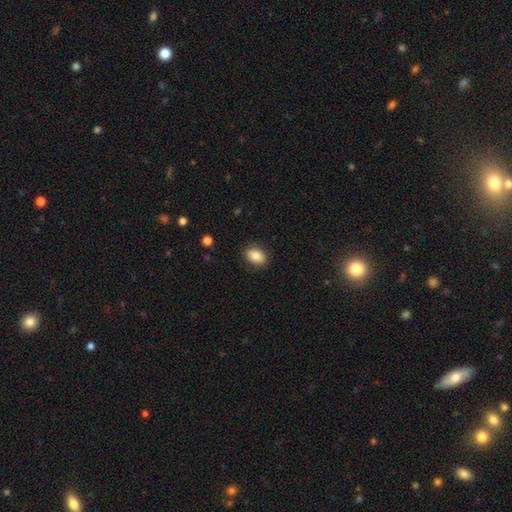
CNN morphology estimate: smooth-or-featured: smooth: 84% | featured or disk: 8% | star or artifact: 8%
  how-rounded: in between: 82% | round: 17% | cigar-shaped: 1%
  merging: none: 87% | minor disturbance: 10% | major disturbance: 3% | merger: 1%